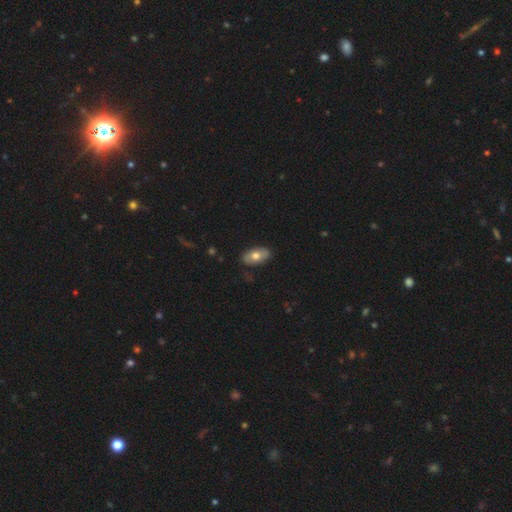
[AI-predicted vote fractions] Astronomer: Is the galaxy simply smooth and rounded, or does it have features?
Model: smooth — 71%.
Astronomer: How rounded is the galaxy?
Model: in between — 92%.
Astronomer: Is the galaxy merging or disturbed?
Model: none — 86%.